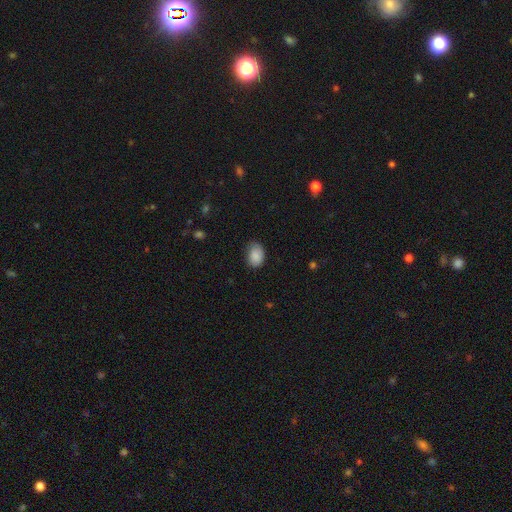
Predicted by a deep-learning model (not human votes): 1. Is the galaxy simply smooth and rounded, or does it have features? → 87% smooth, 7% star or artifact, 6% featured or disk.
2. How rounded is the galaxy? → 80% in between, 19% round, 1% cigar-shaped.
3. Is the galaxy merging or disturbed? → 68% none, 26% minor disturbance, 5% major disturbance, 1% merger.